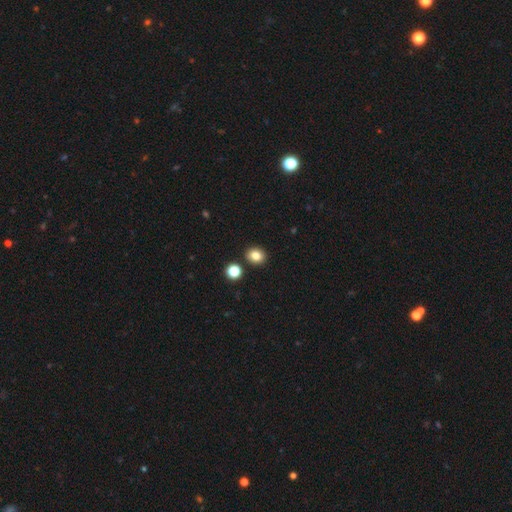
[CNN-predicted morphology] smooth-or-featured: smooth: 81% | star or artifact: 12% | featured or disk: 7%
  how-rounded: round: 69% | in between: 30% | cigar-shaped: 1%
  merging: none: 87% | minor disturbance: 7% | merger: 5% | major disturbance: 2%